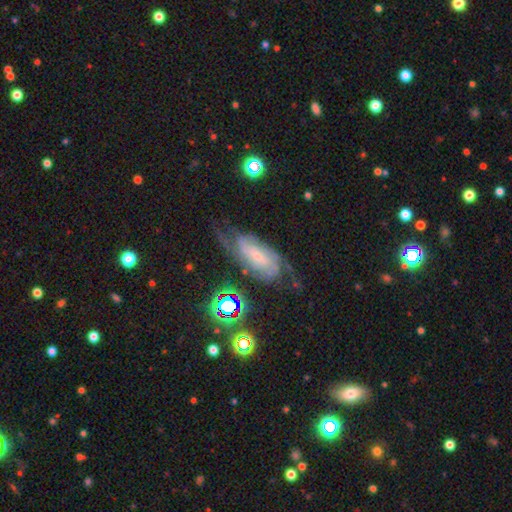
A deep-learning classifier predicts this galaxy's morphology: smooth-or-featured: featured or disk: 75% | smooth: 14% | star or artifact: 10%
  disk-edge-on: no: 93% | yes: 7%
    bar: no: 46% | weak: 38% | strong: 16%
    has-spiral-arms: yes: 94% | no: 6%
      spiral-winding: tight: 45% | medium: 41% | loose: 14%
      spiral-arm-count: 2: 43% | can't tell: 28% | 3: 14% | 4: 5% | 1: 5% | more than 4: 4%
    bulge-size: small: 65% | moderate: 20% | none: 10% | large: 4% | dominant: 2%
  merging: none: 58% | minor disturbance: 22% | major disturbance: 17% | merger: 3%